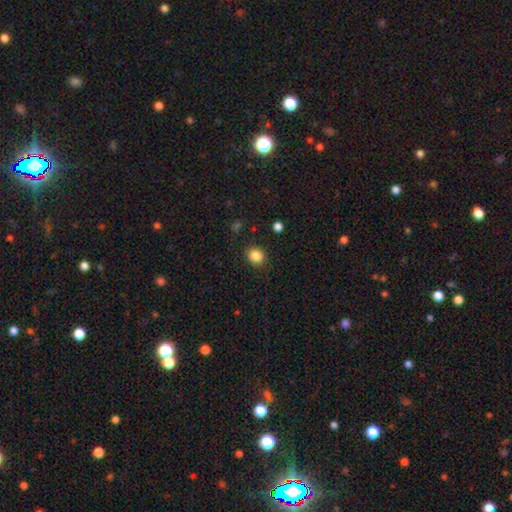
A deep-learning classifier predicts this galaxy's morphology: Smooth or featured? Predicted: smooth (p=0.86). How rounded? Predicted: round (p=0.65). Merging? Predicted: none (p=0.87).